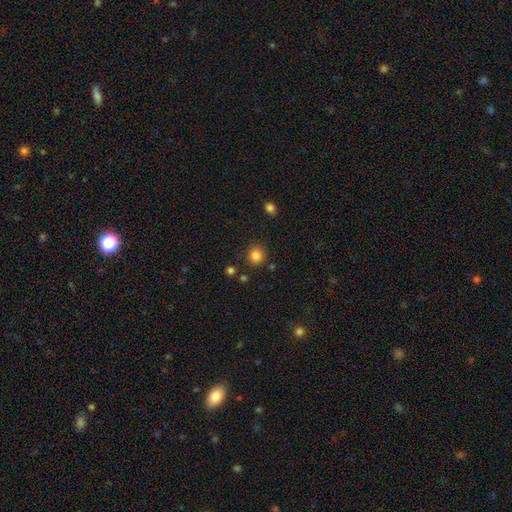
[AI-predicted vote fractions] Smooth or featured: smooth — 84% (star or artifact — 11%)
How rounded: round — 83% (in between — 16%)
Merging: none — 85% (minor disturbance — 9%)